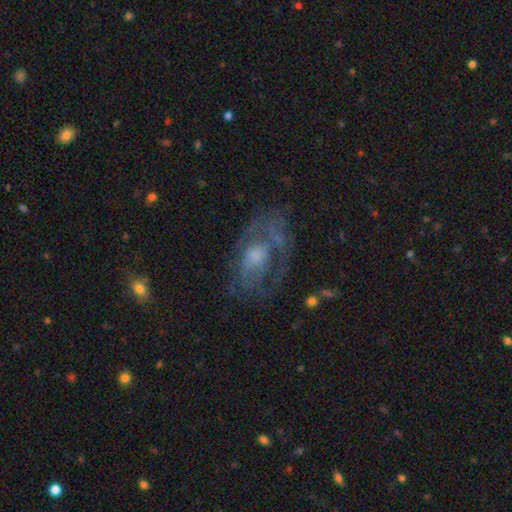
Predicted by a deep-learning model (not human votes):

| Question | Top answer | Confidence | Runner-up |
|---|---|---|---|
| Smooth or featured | featured or disk | 66% | smooth (23%) |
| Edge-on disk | no | 95% | yes (5%) |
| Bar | no | 78% | weak (18%) |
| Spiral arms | no | 51% | yes (49%) |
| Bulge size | moderate | 48% | small (27%) |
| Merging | none | 51% | major disturbance (25%) |